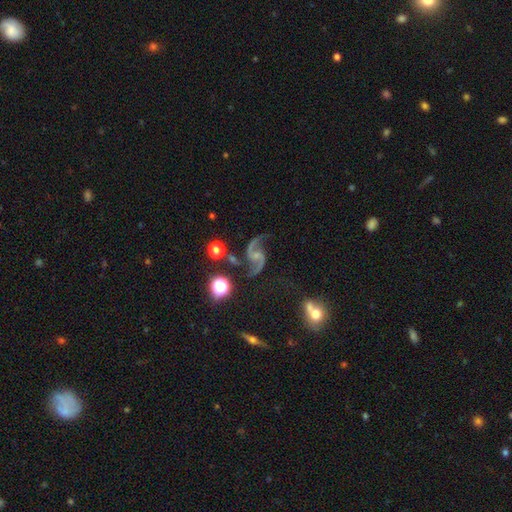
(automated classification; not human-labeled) Morphology: type=featured or disk (90%); edge-on=no (98%); bar=no (53%); spiral arms=yes (98%); winding=loose (66%); arm count=2 (94%); bulge=small (53%); merging=none (71%).